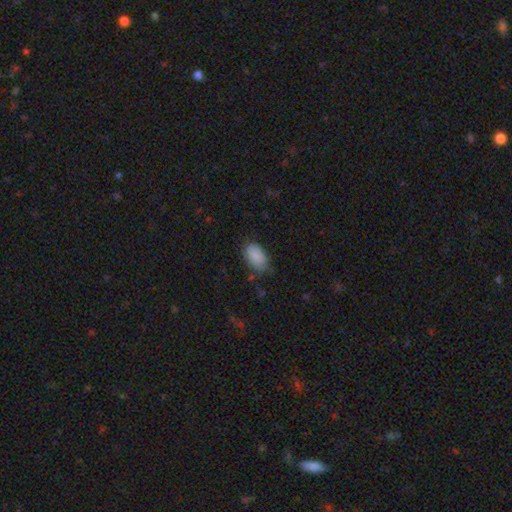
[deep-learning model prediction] The model was most divided on "merging": none: 72%, minor disturbance: 22%, major disturbance: 5%, merger: 2%. More confident: how rounded — in between (91%); smooth or featured — smooth (88%).